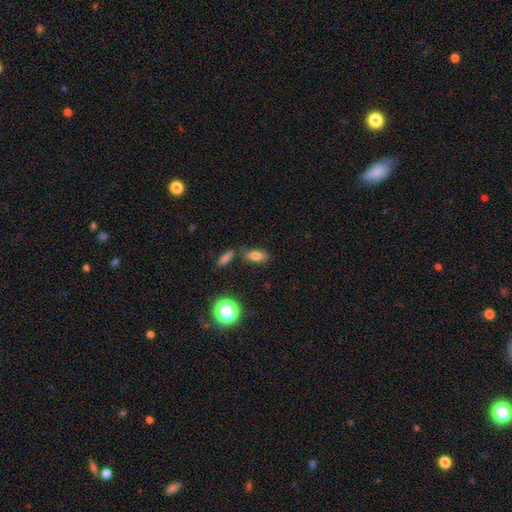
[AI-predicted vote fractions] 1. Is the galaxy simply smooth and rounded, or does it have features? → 76% smooth, 13% star or artifact, 11% featured or disk.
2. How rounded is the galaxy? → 78% in between, 13% cigar-shaped, 9% round.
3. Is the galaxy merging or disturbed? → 66% none, 16% minor disturbance, 13% merger, 5% major disturbance.